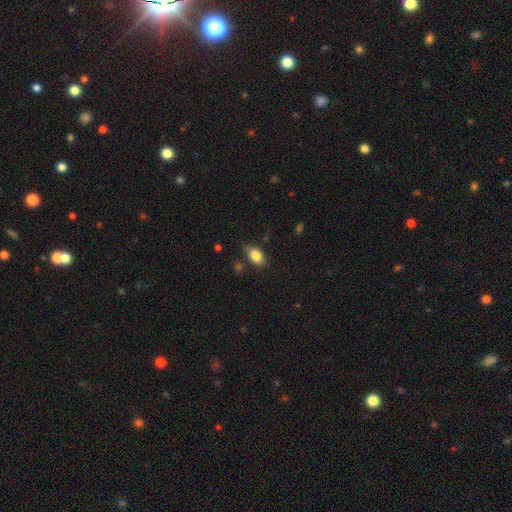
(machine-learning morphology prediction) This appears to be a smooth galaxy with no disk features (82%) that is in between round and cigar-shaped (85%). Merging: none (70%).